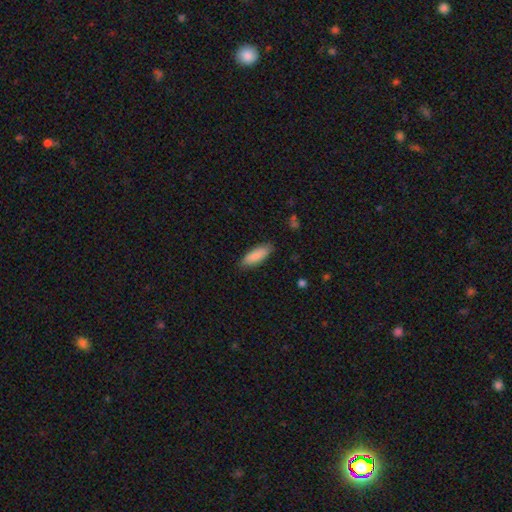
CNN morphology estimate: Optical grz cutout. It shows a smooth galaxy with no disk features (85%) that is in between round and cigar-shaped (71%). Merging: none (83%).